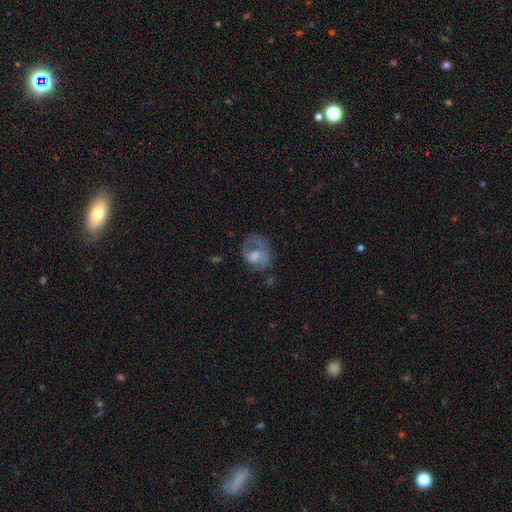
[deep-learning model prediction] smooth_or_featured: smooth (p=0.47) [alt: featured or disk p=0.44]
merging: none (p=0.37) [alt: major disturbance p=0.35]